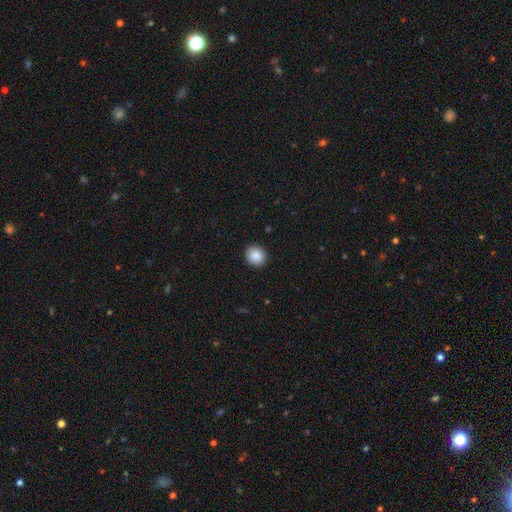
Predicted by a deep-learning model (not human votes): A smooth galaxy with no disk features (88%) that is round (87%). Merging: none (91%).